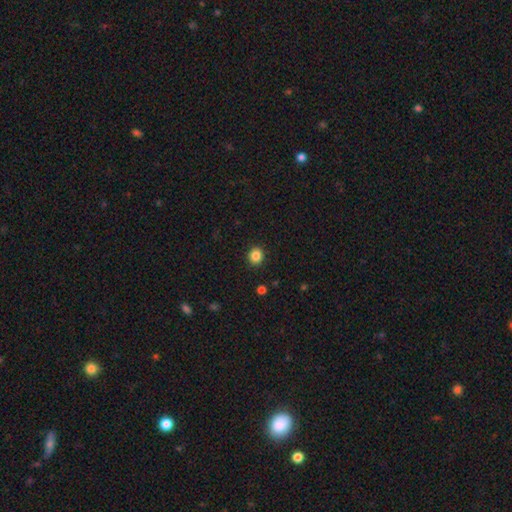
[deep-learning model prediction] smooth 86%, star or artifact 11%, featured or disk 4%. Down the decision tree: how rounded — round (86%); merging — none (92%).